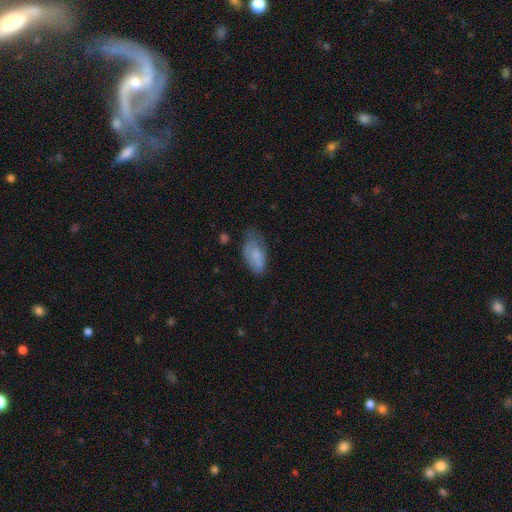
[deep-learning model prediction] Morphology: type=smooth (76%); roundness=in between (92%); merging=none (44%).